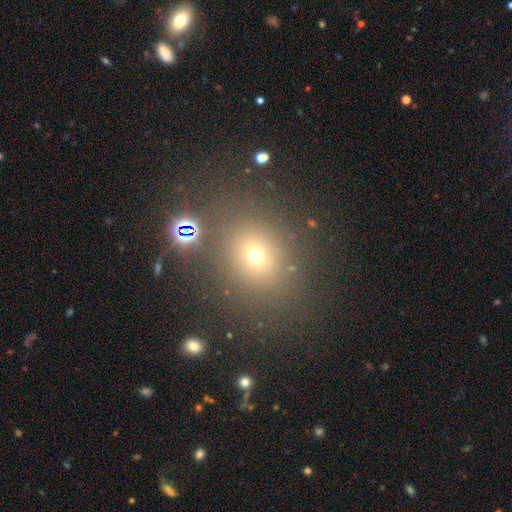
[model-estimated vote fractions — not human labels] smooth 62%, star or artifact 26%, featured or disk 11%. Down the decision tree: how rounded — round (67%); merging — none (81%).